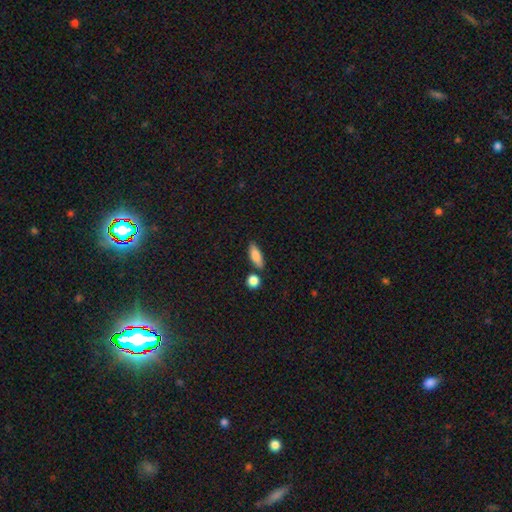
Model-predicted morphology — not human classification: Q: Smooth or featured?
A: smooth (82%); runner-up: featured or disk (11%)
Q: How rounded?
A: in between (67%); runner-up: cigar-shaped (29%)
Q: Merging?
A: none (74%); runner-up: minor disturbance (13%)